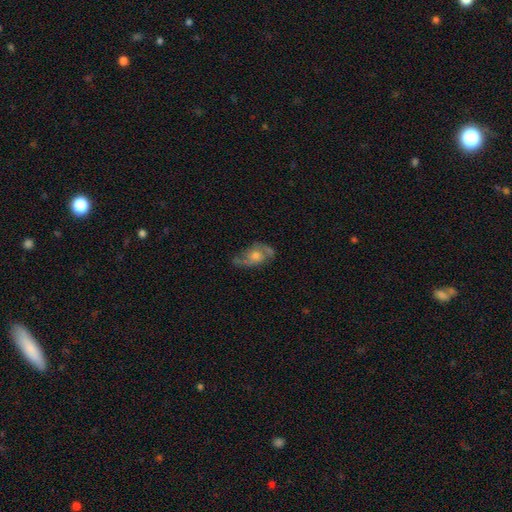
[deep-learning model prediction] The model was most divided on "spiral winding": medium: 44%, loose: 38%, tight: 17%. More confident: edge-on disk — no (91%); spiral arms — yes (83%); spiral arm count — 2 (78%); bar — no (73%); smooth or featured — featured or disk (72%); merging — none (65%); bulge size — moderate (57%).